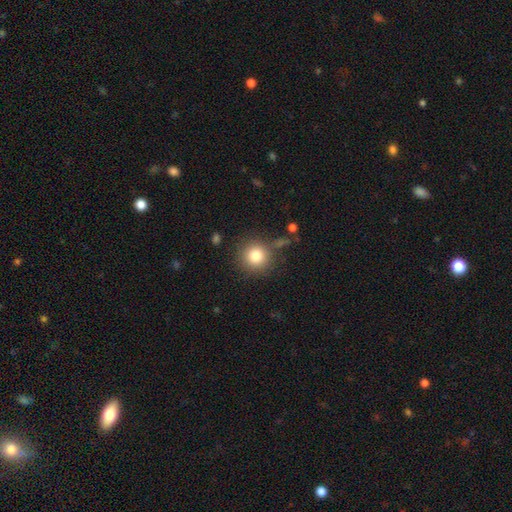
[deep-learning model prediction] Smooth or featured?
  - smooth: 81% *
  - star or artifact: 11%
  - featured or disk: 8%
How rounded?
  - round: 94% *
  - in between: 5%
  - cigar-shaped: 1%
Merging?
  - none: 83% *
  - minor disturbance: 10%
  - merger: 4%
  - major disturbance: 4%